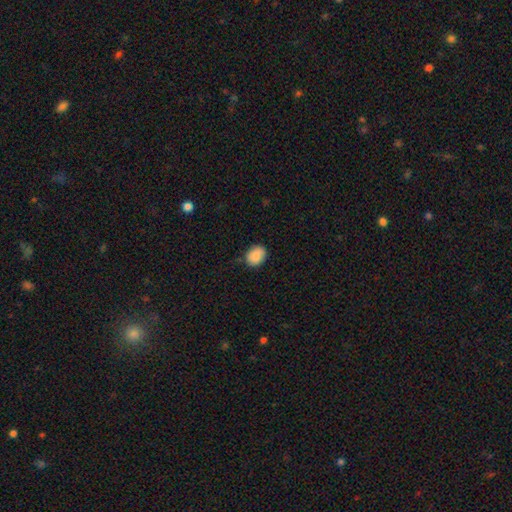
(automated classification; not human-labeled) This is clearly a smooth galaxy (87%). How rounded: possibly in between (54%). Merging: likely none (79%).